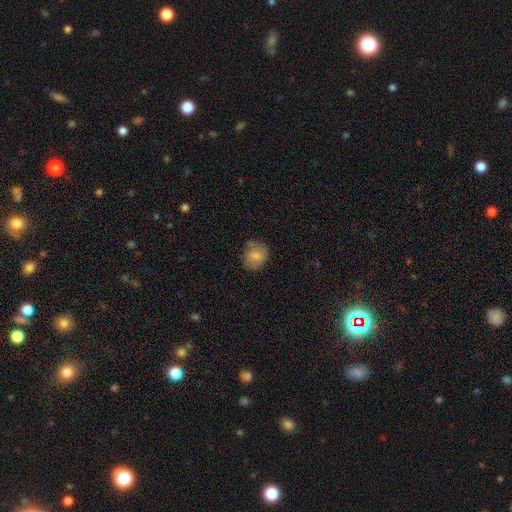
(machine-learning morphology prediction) Q: Smooth or featured?
A: smooth (77%); runner-up: featured or disk (15%)
Q: How rounded?
A: round (60%); runner-up: in between (39%)
Q: Merging?
A: none (61%); runner-up: minor disturbance (26%)